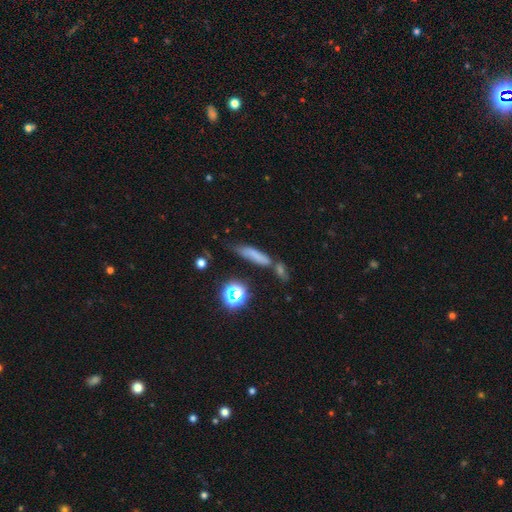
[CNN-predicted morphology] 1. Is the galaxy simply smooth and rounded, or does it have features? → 64% smooth, 20% star or artifact, 16% featured or disk.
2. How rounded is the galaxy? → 67% cigar-shaped, 25% in between, 8% round.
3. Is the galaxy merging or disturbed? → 53% none, 20% merger, 19% minor disturbance, 8% major disturbance.